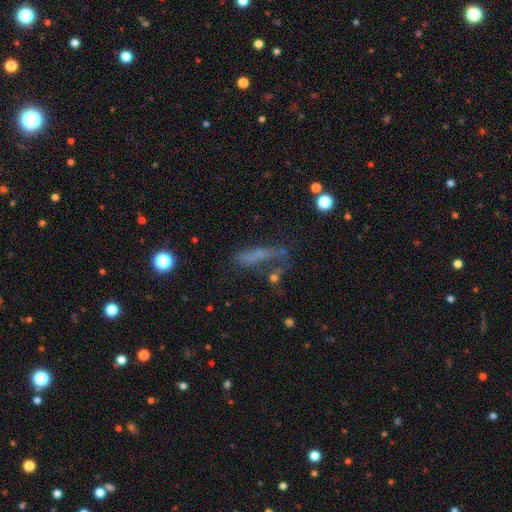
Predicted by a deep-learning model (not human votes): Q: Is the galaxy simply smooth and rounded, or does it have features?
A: smooth — 55%.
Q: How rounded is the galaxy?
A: cigar-shaped — 67%.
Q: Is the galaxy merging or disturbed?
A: none — 46%.